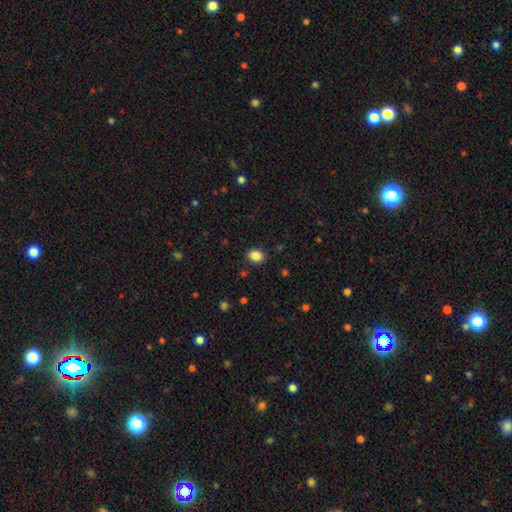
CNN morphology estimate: A smooth galaxy with no disk features (85%) that is in between round and cigar-shaped (54%). Merging: none (89%).